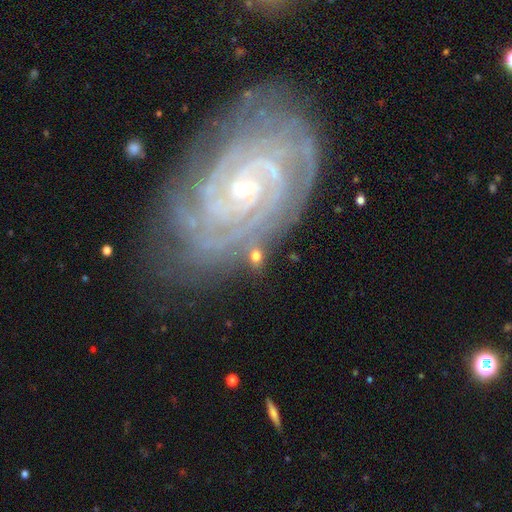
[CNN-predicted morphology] The model was most divided on "smooth or featured": featured or disk: 45%, smooth: 40%, star or artifact: 16%. More confident: merging — none (70%).